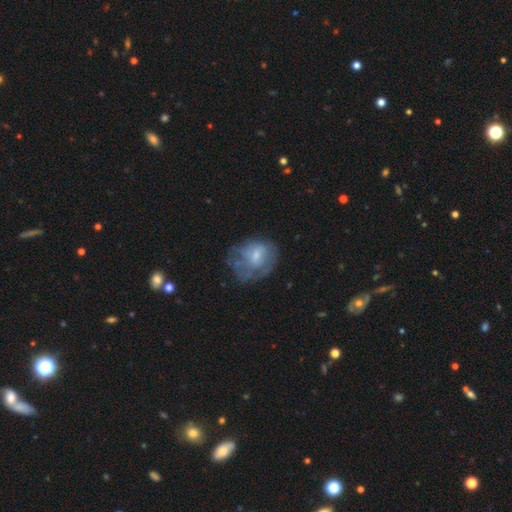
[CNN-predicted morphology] Q: Smooth or featured?
A: smooth (47%); runner-up: featured or disk (43%)
Q: Merging?
A: none (42%); runner-up: major disturbance (29%)